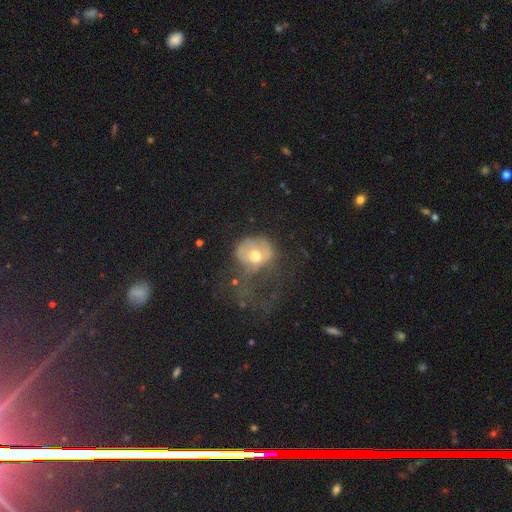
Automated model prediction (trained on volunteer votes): Smooth or featured? smooth (47%)
Merging? major disturbance (60%)